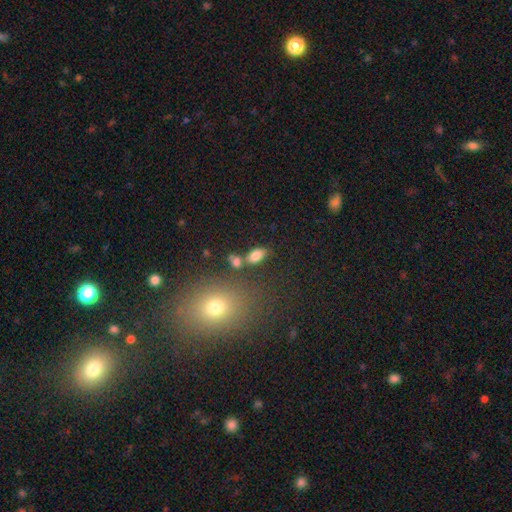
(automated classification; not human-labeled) Overall: smooth (82%). How rounded: in between (90%). Merging: none (65%).